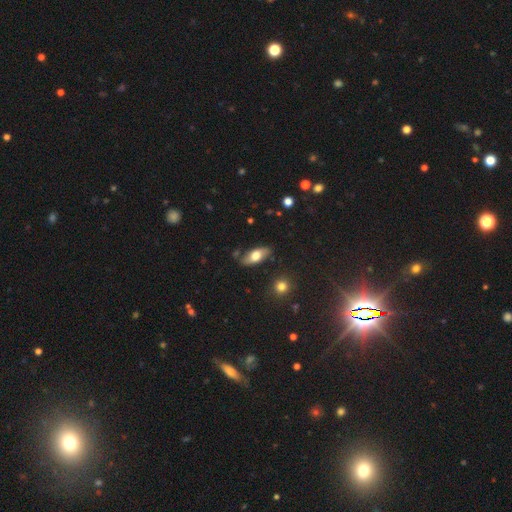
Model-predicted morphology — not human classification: Smooth or featured: smooth — 63% (featured or disk — 30%)
How rounded: in between — 83% (cigar-shaped — 14%)
Merging: none — 77% (minor disturbance — 16%)